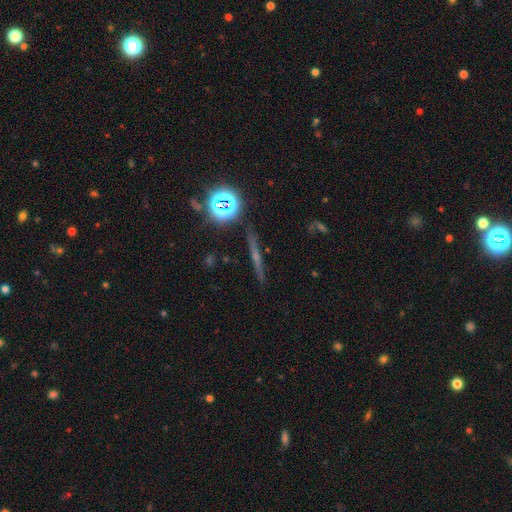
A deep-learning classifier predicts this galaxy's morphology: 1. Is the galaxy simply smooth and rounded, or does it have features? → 51% featured or disk, 26% star or artifact, 23% smooth.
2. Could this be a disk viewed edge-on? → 93% yes, 7% no.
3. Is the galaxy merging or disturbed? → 89% none, 7% minor disturbance, 2% major disturbance, 2% merger.